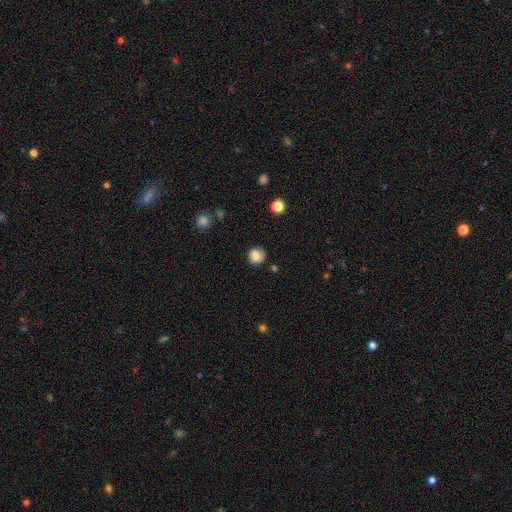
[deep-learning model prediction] smooth_or_featured: smooth (p=0.75) [alt: featured or disk p=0.16]
how_rounded: round (p=0.85) [alt: in between p=0.14]
merging: none (p=0.80) [alt: minor disturbance p=0.14]